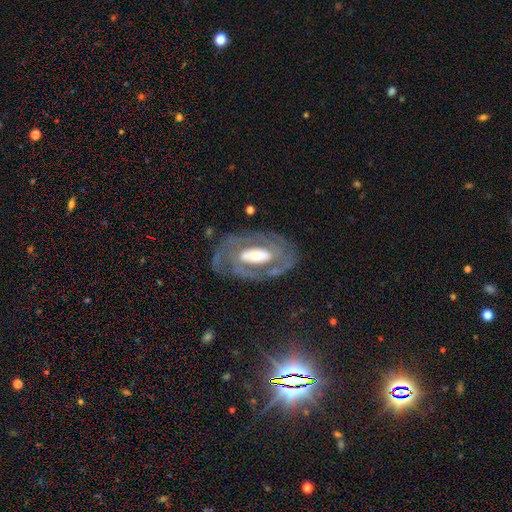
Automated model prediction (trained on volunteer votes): Smooth or featured? featured or disk (83%)
Edge-on disk? no (94%)
Bar? no (39%)
Spiral arms? yes (78%)
Spiral winding? tight (59%)
Spiral arm count? 2 (57%)
Bulge size? moderate (46%)
Merging? none (74%)